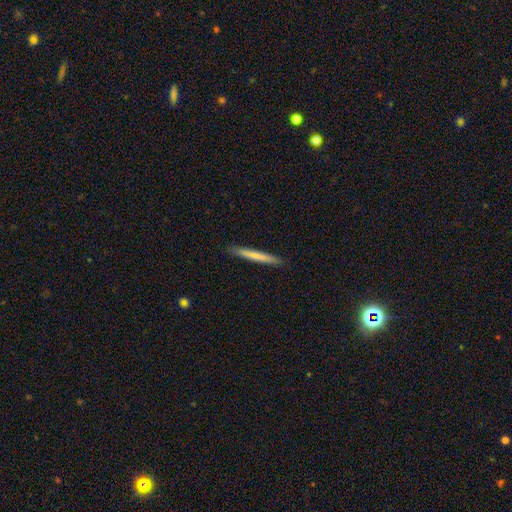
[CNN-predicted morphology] Smooth or featured? smooth (73%)
How rounded? cigar-shaped (97%)
Merging? none (91%)